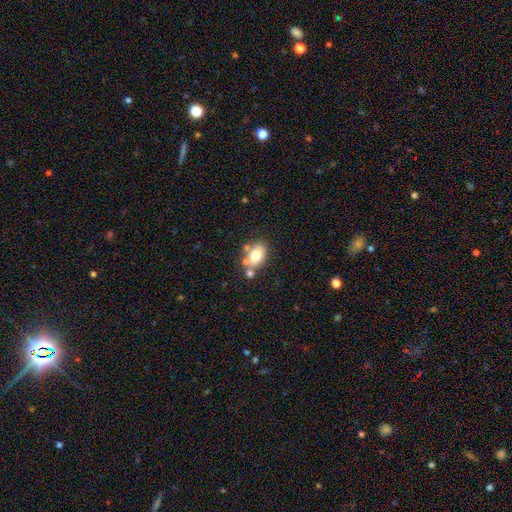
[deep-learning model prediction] smooth 72%, featured or disk 18%, star or artifact 10%. Down the decision tree: how rounded — in between (76%); merging — none (59%).